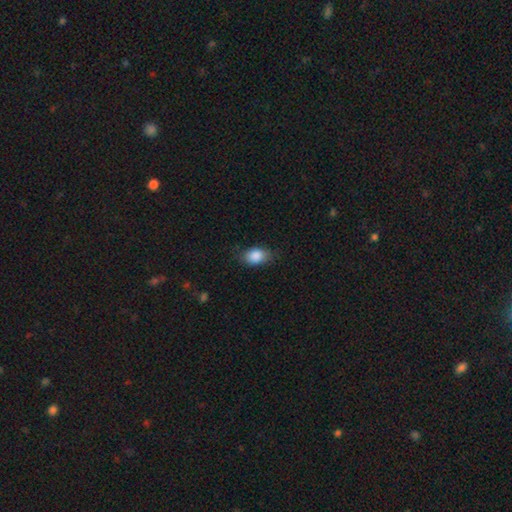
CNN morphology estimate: Q: Smooth or featured?
A: smooth (87%); runner-up: star or artifact (7%)
Q: How rounded?
A: in between (80%); runner-up: round (18%)
Q: Merging?
A: none (75%); runner-up: minor disturbance (19%)